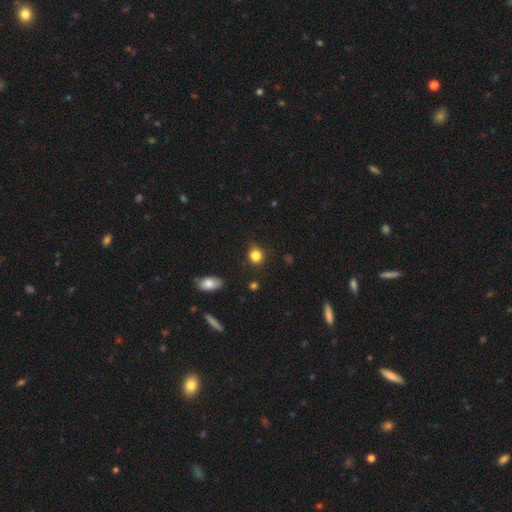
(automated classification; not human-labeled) The model was most divided on "how rounded": round: 78%, in between: 21%, cigar-shaped: 1%. More confident: smooth or featured — smooth (84%); merging — none (82%).